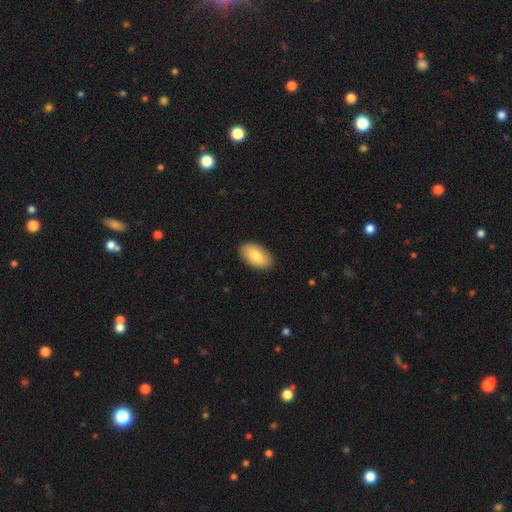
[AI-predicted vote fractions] Q: Smooth or featured?
A: smooth (81%); runner-up: featured or disk (14%)
Q: How rounded?
A: in between (95%); runner-up: round (4%)
Q: Merging?
A: none (89%); runner-up: minor disturbance (8%)